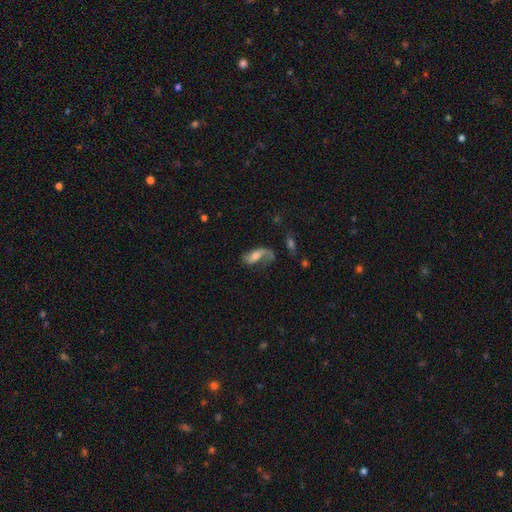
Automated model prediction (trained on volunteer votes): A featured or disk galaxy (58%) with no bar (49%), spiral arms (83%) and a moderate central bulge (45%).

Vote fractions:
- Smooth or featured? featured or disk: 58% / smooth: 34% / star or artifact: 8%
- Edge-on disk? no: 91% / yes: 9%
- Bar? no: 49% / weak: 36% / strong: 15%
- Spiral arms? yes: 83% / no: 17%
- Bulge size? moderate: 45% / small: 29% / large: 13% / none: 10% / dominant: 2%
- Merging? none: 41% / major disturbance: 32% / minor disturbance: 21% / merger: 6%